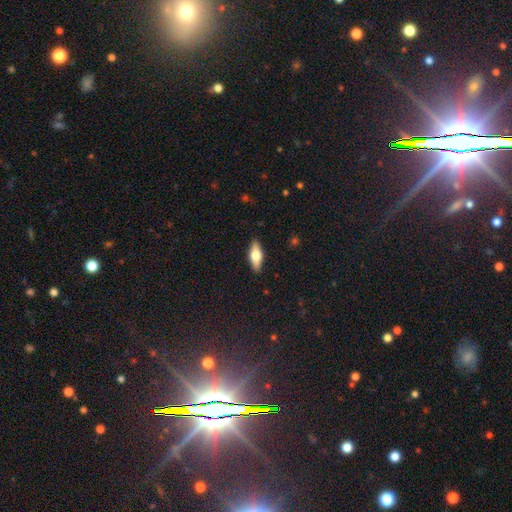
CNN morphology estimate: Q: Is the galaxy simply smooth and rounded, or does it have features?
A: smooth — 54%.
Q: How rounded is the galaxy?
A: in between — 69%.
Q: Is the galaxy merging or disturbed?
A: none — 89%.